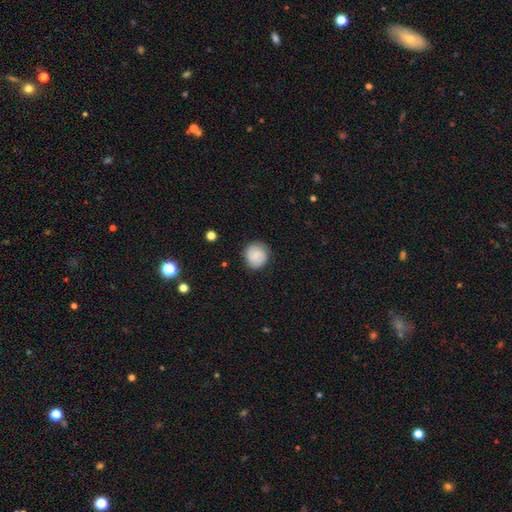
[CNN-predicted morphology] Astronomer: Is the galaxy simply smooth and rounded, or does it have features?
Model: smooth — 73%.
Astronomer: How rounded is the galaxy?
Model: round — 89%.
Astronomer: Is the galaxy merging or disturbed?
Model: none — 83%.